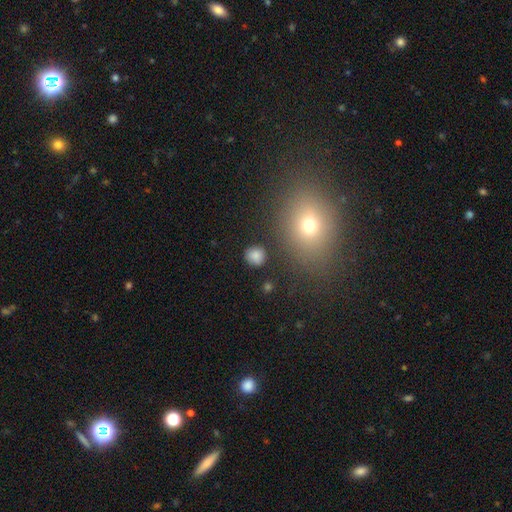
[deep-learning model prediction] Smooth or featured? smooth (83%)
How rounded? round (86%)
Merging? none (86%)